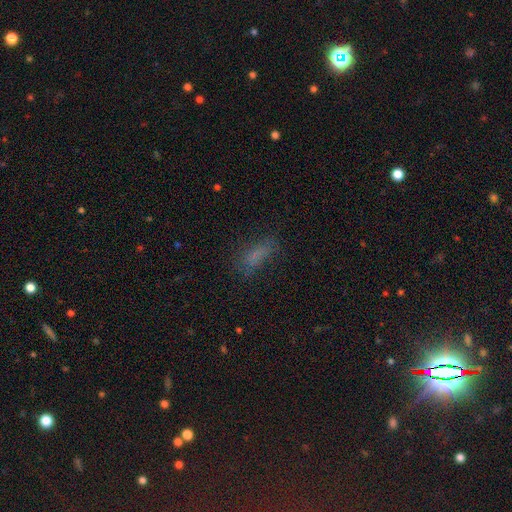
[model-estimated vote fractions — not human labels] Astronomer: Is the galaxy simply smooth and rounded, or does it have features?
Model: smooth — 71%.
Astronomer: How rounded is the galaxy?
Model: in between — 61%.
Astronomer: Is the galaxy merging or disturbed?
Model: none — 64%.